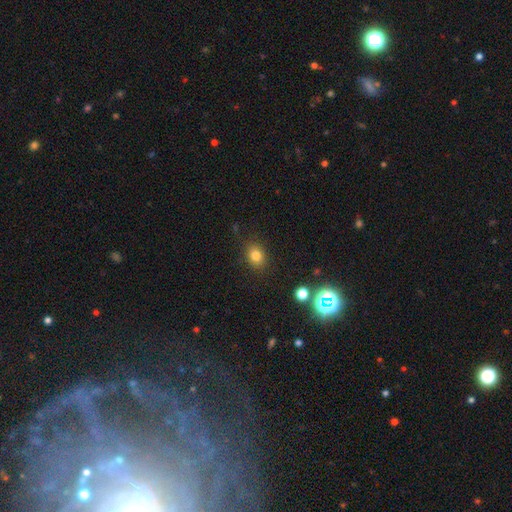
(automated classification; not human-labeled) This appears to be a smooth galaxy with no disk features (78%) that is in between round and cigar-shaped (53%). Merging: none (85%).